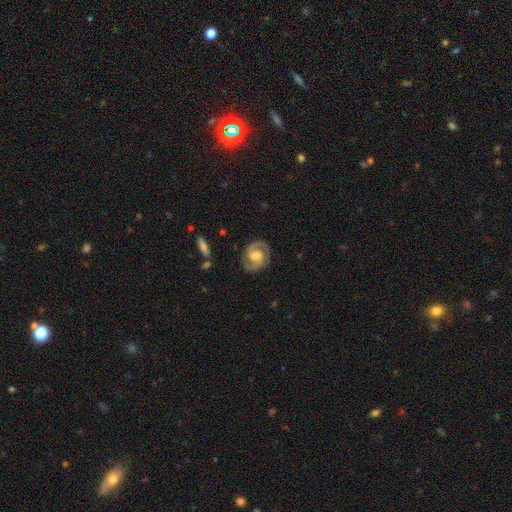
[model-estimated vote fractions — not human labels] The model was most divided on "bar": weak: 46%, no: 39%, strong: 15%. More confident: edge-on disk — no (98%); spiral arms — yes (98%); spiral arm count — 2 (93%); smooth or featured — featured or disk (89%); merging — none (84%); spiral winding — medium (53%); bulge size — moderate (52%).